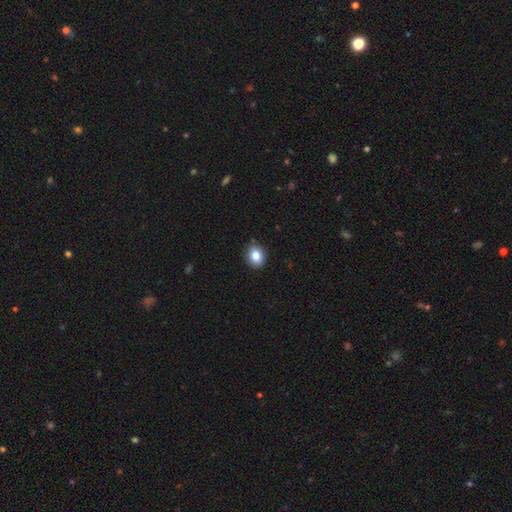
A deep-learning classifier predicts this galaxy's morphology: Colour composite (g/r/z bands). It shows a smooth galaxy with no disk features (85%) that is in between round and cigar-shaped (53%). Merging: none (87%).